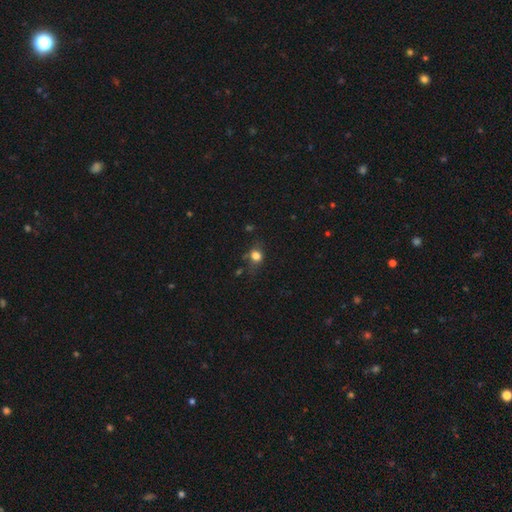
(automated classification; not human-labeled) A smooth galaxy with no disk features (74%) that is round (60%).

Vote fractions:
- Smooth or featured? smooth: 74% / star or artifact: 15% / featured or disk: 11%
- How rounded? round: 60% / in between: 38% / cigar-shaped: 2%
- Merging? none: 57% / minor disturbance: 25% / major disturbance: 13% / merger: 5%